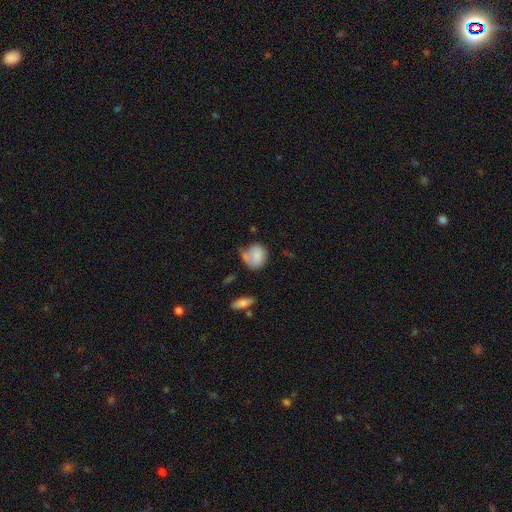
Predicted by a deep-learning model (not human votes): smooth 78%, featured or disk 14%, star or artifact 8%. Down the decision tree: how rounded — round (64%); merging — none (41%).